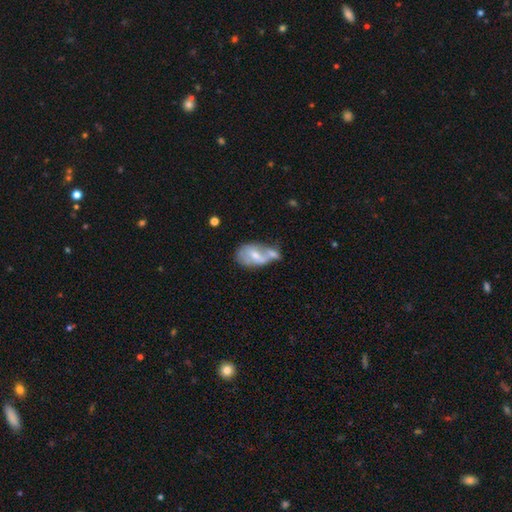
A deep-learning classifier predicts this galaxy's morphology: The model was most divided on "smooth or featured": featured or disk: 52%, smooth: 41%, star or artifact: 8%. Remaining: edge-on disk — no (95%); merging — merger (48%).